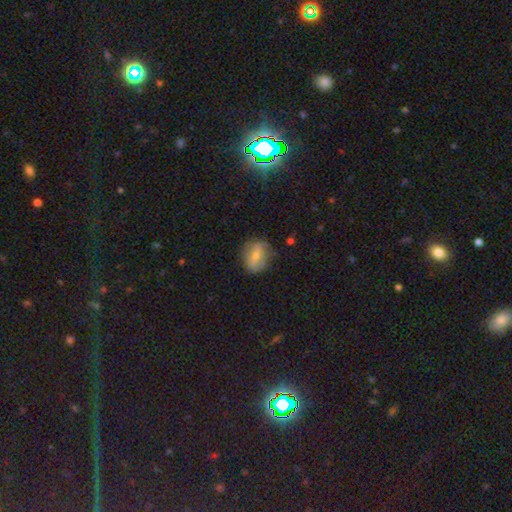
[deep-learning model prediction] Smooth or featured: featured or disk — 47% (smooth — 45%)
Merging: none — 68% (minor disturbance — 22%)